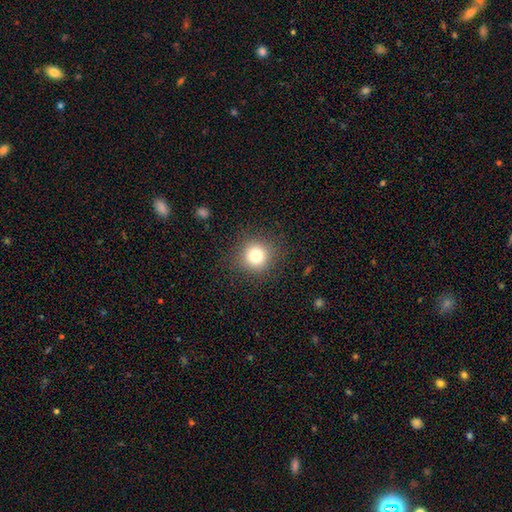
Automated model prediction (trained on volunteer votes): Smooth or featured? smooth (79%)
How rounded? round (93%)
Merging? none (88%)